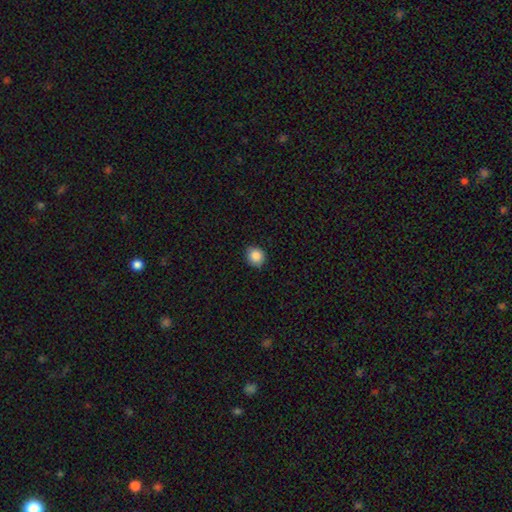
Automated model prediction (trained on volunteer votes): smooth 87%, star or artifact 9%, featured or disk 4%. Down the decision tree: how rounded — round (86%); merging — none (88%).